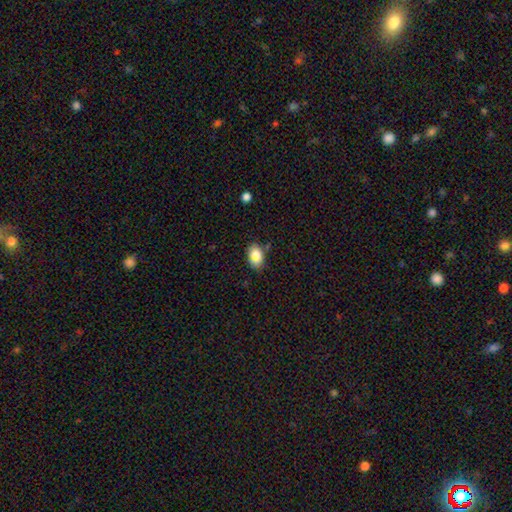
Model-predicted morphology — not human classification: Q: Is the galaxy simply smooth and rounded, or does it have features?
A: smooth — 85%.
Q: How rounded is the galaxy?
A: in between — 85%.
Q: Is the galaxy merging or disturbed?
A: none — 80%.